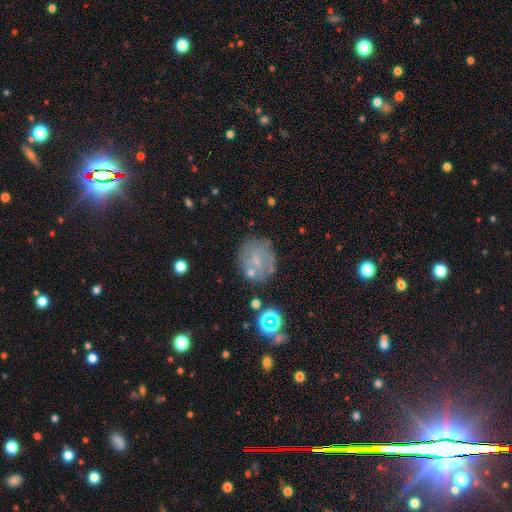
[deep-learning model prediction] smooth 49%, featured or disk 36%, star or artifact 15%. Down the decision tree: merging — none (65%).